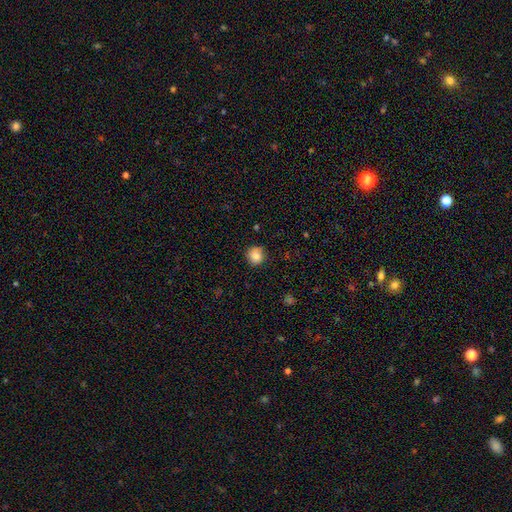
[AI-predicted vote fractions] This is clearly a smooth galaxy (85%). How rounded: clearly round (89%). Merging: clearly none (81%).